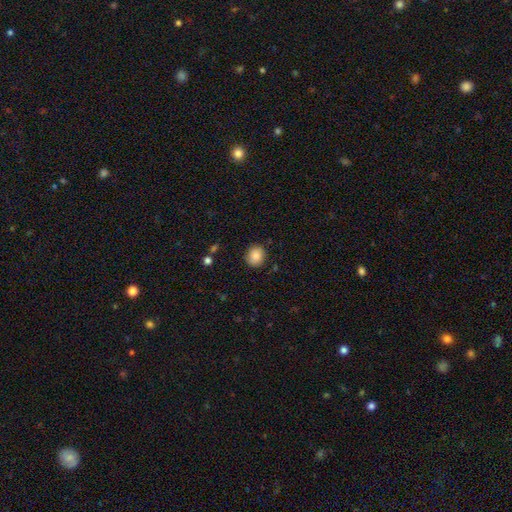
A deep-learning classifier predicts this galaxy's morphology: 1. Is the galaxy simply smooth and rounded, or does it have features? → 85% smooth, 9% star or artifact, 6% featured or disk.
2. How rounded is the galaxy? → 78% round, 21% in between, 1% cigar-shaped.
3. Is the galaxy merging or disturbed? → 87% none, 9% minor disturbance, 2% major disturbance, 1% merger.